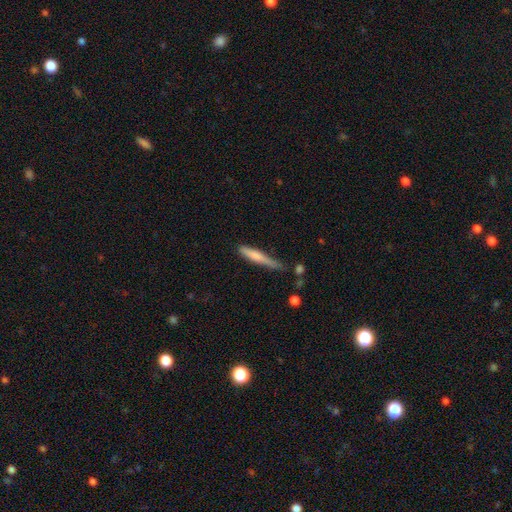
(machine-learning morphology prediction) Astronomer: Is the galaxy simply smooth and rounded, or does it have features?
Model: smooth — 69%.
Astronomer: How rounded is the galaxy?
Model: cigar-shaped — 92%.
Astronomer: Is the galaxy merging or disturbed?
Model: none — 52% (runner-up: minor disturbance, 33%).